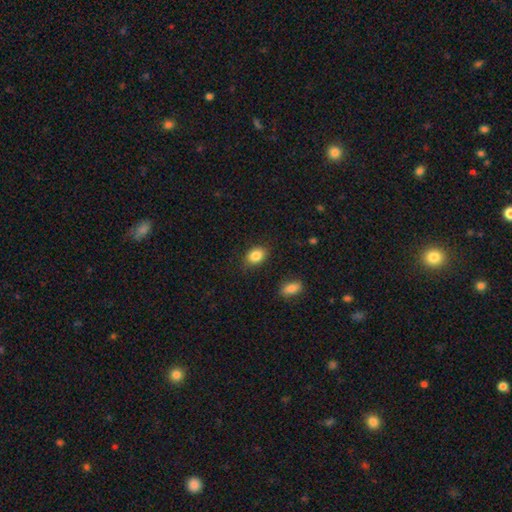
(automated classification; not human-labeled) Smooth or featured: smooth — 86% (star or artifact — 8%)
How rounded: in between — 73% (round — 26%)
Merging: none — 82% (minor disturbance — 13%)